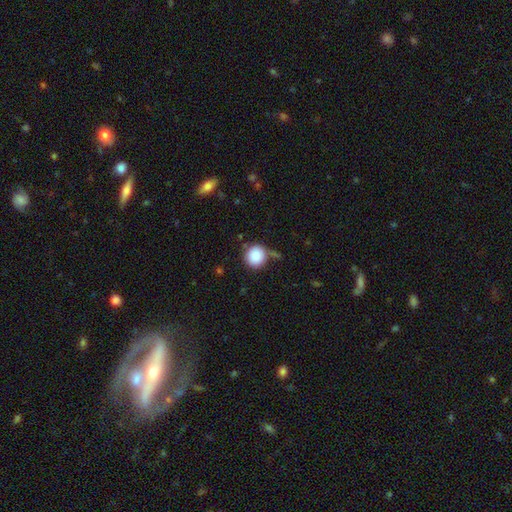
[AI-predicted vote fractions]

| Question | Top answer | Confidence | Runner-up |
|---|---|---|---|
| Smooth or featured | smooth | 88% | star or artifact (8%) |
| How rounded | round | 92% | in between (7%) |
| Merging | none | 68% | minor disturbance (18%) |